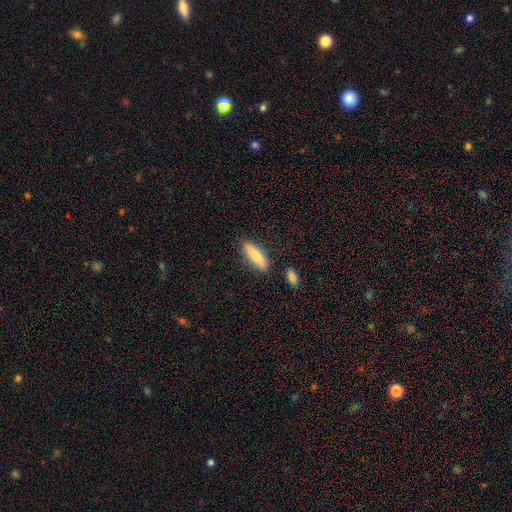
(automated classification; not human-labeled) This is likely a smooth galaxy (77%). How rounded: likely cigar-shaped (60%). Merging: clearly none (84%).